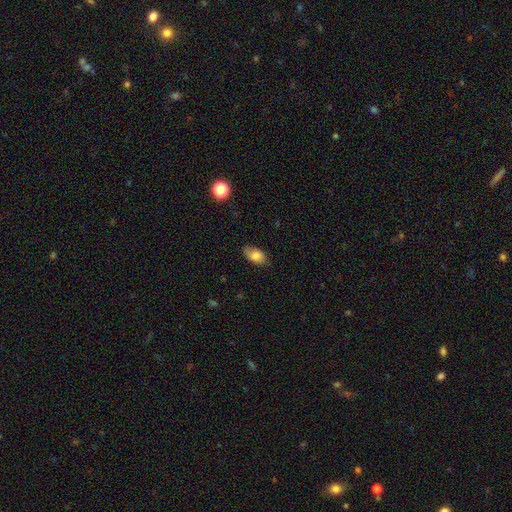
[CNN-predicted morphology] A smooth galaxy with no disk features (81%) that is in between round and cigar-shaped (91%).

Vote fractions:
- Smooth or featured? smooth: 81% / featured or disk: 11% / star or artifact: 8%
- How rounded? in between: 91% / round: 6% / cigar-shaped: 2%
- Merging? none: 77% / minor disturbance: 19% / major disturbance: 4% / merger: 1%